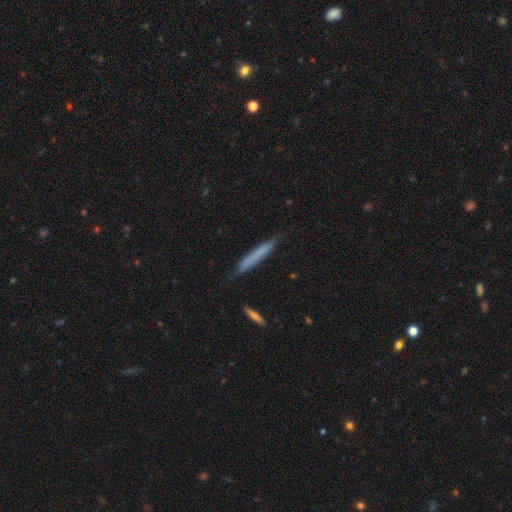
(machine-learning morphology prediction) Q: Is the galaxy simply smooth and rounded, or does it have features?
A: smooth — 68%.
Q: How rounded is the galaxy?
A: cigar-shaped — 96%.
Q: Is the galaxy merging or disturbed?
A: none — 83%.